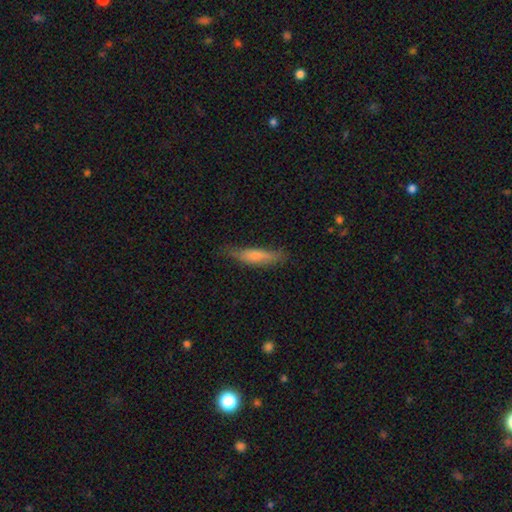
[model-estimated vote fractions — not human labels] Overall: smooth (73%). How rounded: cigar-shaped (77%). Merging: none (68%).